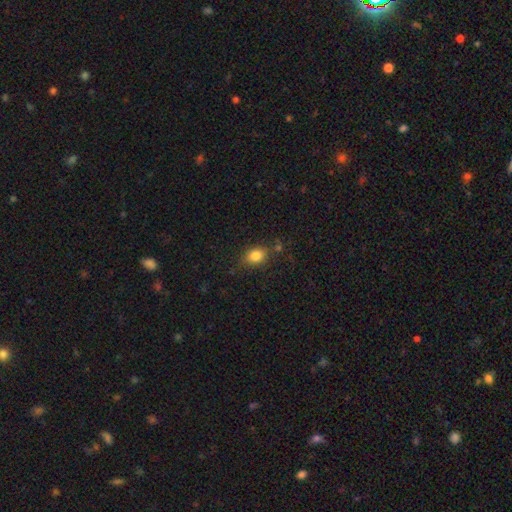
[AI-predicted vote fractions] Q: Smooth or featured?
A: smooth (83%); runner-up: star or artifact (11%)
Q: How rounded?
A: in between (55%); runner-up: round (43%)
Q: Merging?
A: none (75%); runner-up: minor disturbance (16%)